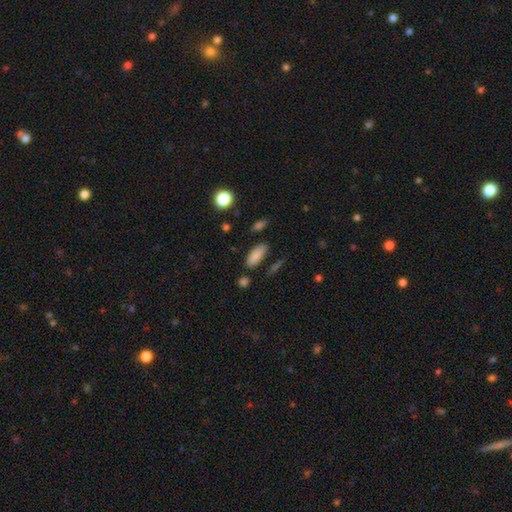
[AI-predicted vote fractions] Smooth or featured? smooth (85%)
How rounded? in between (83%)
Merging? none (77%)